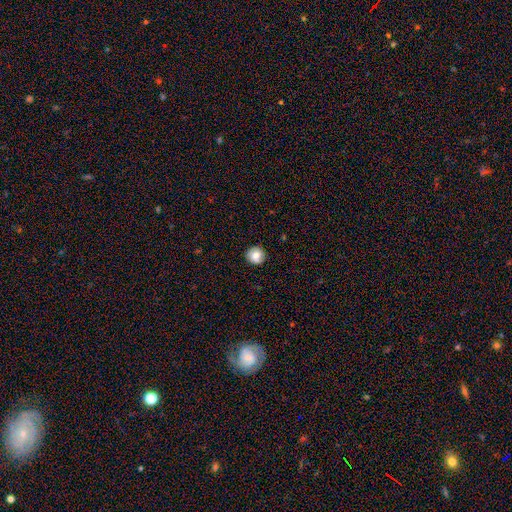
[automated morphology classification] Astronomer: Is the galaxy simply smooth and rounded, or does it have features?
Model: smooth — 80%.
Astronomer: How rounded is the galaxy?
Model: round — 93%.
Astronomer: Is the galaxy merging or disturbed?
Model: none — 89%.